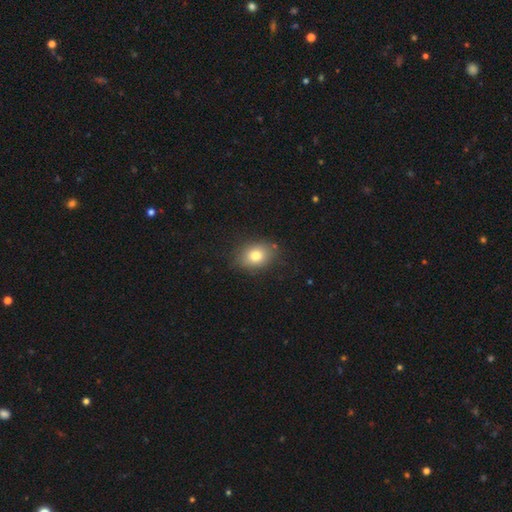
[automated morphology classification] smooth_or_featured: smooth (p=0.79) [alt: featured or disk p=0.11]
how_rounded: in between (p=0.63) [alt: round p=0.36]
merging: none (p=0.81) [alt: minor disturbance p=0.13]